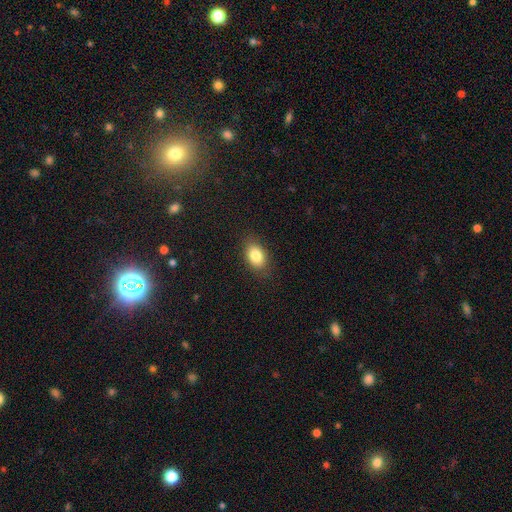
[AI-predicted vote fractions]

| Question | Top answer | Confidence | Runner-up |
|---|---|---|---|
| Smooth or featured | smooth | 83% | featured or disk (8%) |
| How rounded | in between | 85% | round (14%) |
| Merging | none | 85% | minor disturbance (11%) |